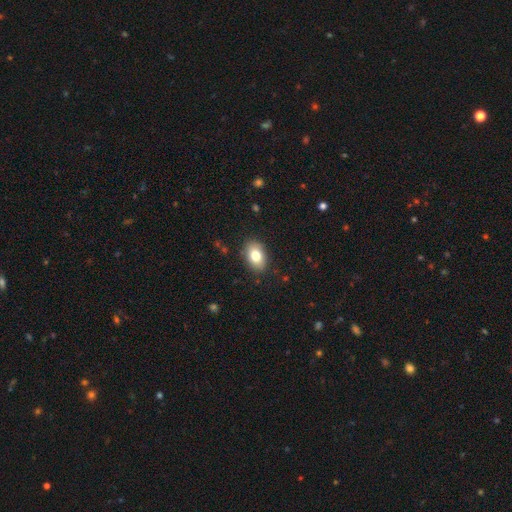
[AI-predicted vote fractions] Overall: smooth (80%). How rounded: in between (83%). Merging: none (86%).